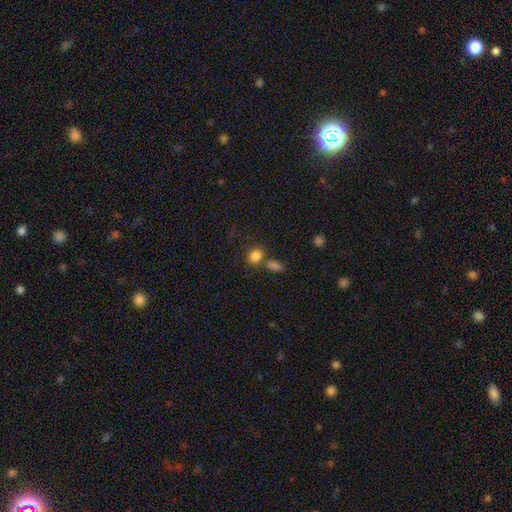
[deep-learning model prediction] smooth-or-featured: smooth: 82% | star or artifact: 13% | featured or disk: 5%
  how-rounded: round: 59% | in between: 39% | cigar-shaped: 1%
  merging: none: 61% | merger: 21% | minor disturbance: 12% | major disturbance: 5%